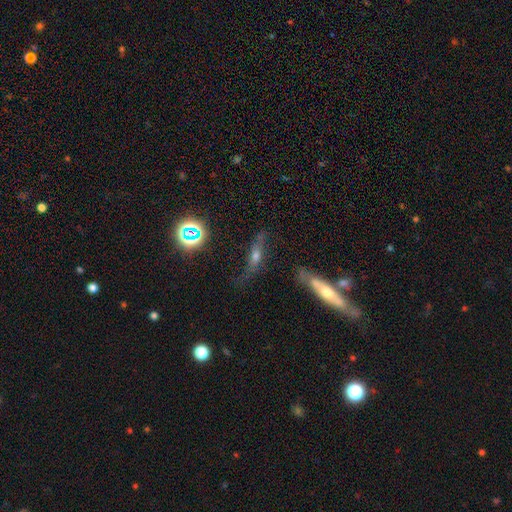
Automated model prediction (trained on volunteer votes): Smooth or featured: featured or disk — 58% (smooth — 26%)
Edge-on disk: yes — 61% (no — 39%)
Merging: none — 56% (minor disturbance — 23%)